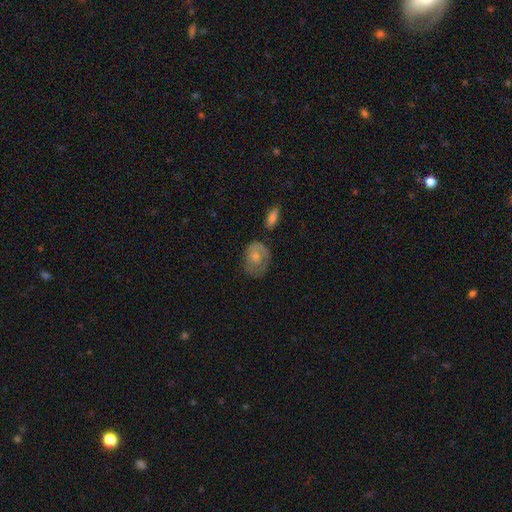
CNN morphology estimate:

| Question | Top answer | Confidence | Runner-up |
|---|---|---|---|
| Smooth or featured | smooth | 58% | featured or disk (35%) |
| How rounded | in between | 63% | round (36%) |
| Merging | none | 50% | minor disturbance (30%) |